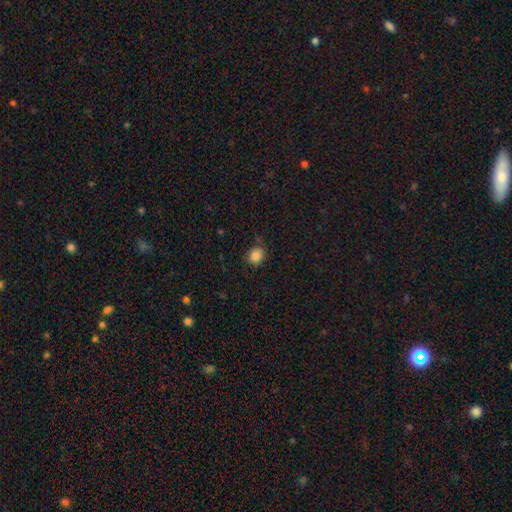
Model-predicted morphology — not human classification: This is clearly a smooth galaxy (84%). How rounded: likely round (73%). Merging: likely none (74%).